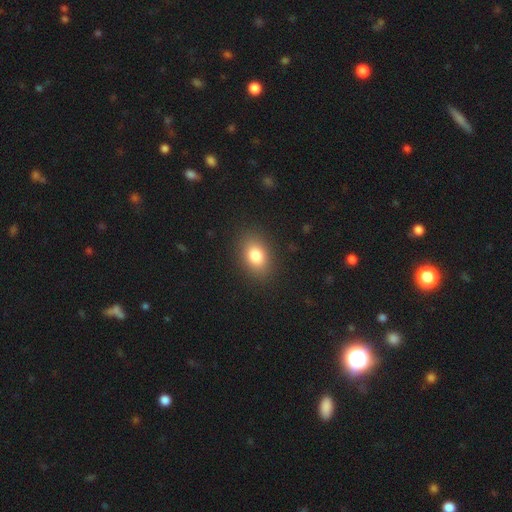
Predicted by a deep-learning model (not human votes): Q: Smooth or featured?
A: smooth (82%); runner-up: star or artifact (10%)
Q: How rounded?
A: in between (77%); runner-up: round (21%)
Q: Merging?
A: none (88%); runner-up: minor disturbance (8%)